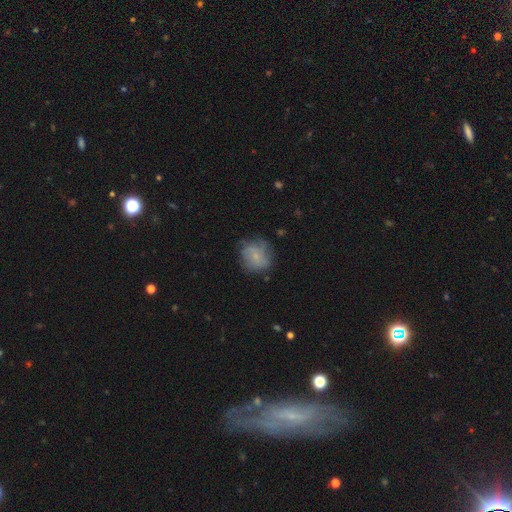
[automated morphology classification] This is possibly a smooth galaxy (50%). Merging: likely none (64%).